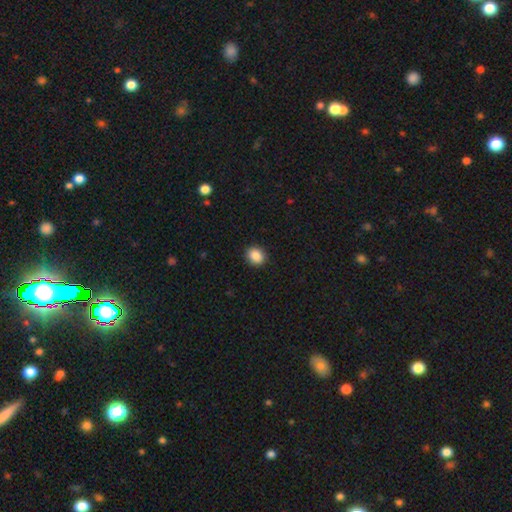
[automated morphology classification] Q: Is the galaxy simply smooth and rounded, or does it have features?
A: smooth — 88%.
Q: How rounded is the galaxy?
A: round — 64%.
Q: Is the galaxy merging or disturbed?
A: none — 90%.